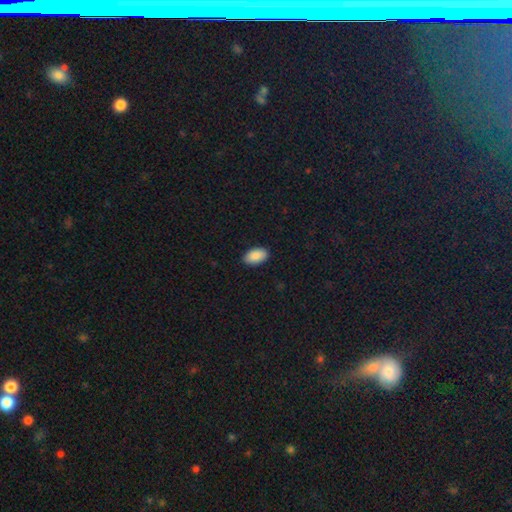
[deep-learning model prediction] This is clearly a smooth galaxy (89%). How rounded: clearly in between (95%). Merging: clearly none (89%).